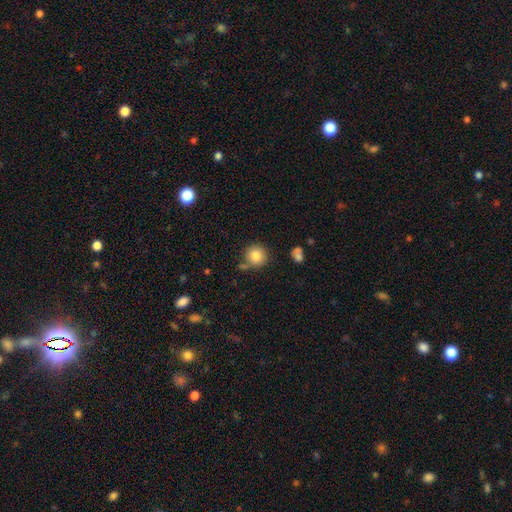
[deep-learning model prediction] A smooth galaxy with no disk features (84%) that is round (93%). Merging: none (75%).